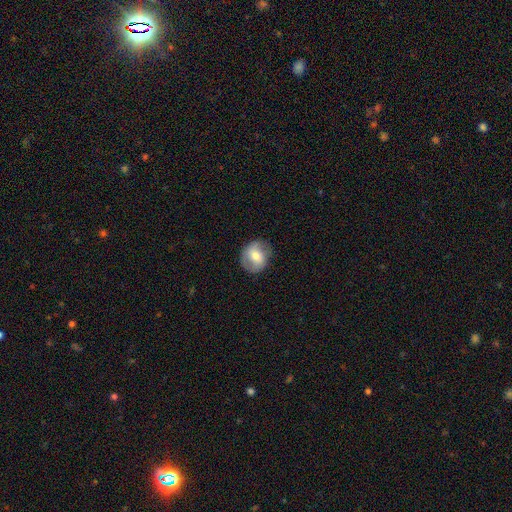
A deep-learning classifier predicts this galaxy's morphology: Overall: smooth (51%; featured or disk 42%). How rounded: round (73%). Merging: none (79%).